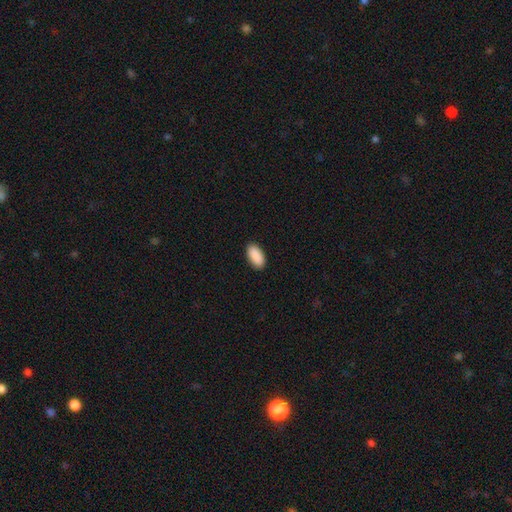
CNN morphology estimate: A smooth galaxy with no disk features (92%) that is in between round and cigar-shaped (94%).

Vote fractions:
- Smooth or featured? smooth: 92% / star or artifact: 6% / featured or disk: 2%
- How rounded? in between: 94% / cigar-shaped: 4% / round: 2%
- Merging? none: 90% / minor disturbance: 7% / major disturbance: 2% / merger: 1%